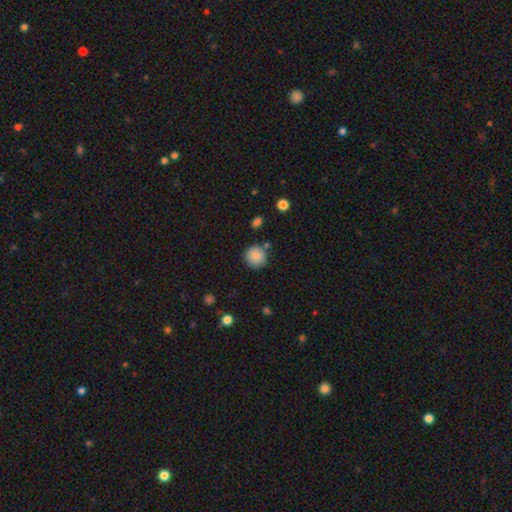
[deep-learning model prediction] A smooth galaxy with no disk features (87%) that is round (93%).

Vote fractions:
- Smooth or featured? smooth: 87% / star or artifact: 8% / featured or disk: 5%
- How rounded? round: 93% / in between: 6% / cigar-shaped: 1%
- Merging? none: 83% / minor disturbance: 10% / merger: 5% / major disturbance: 3%